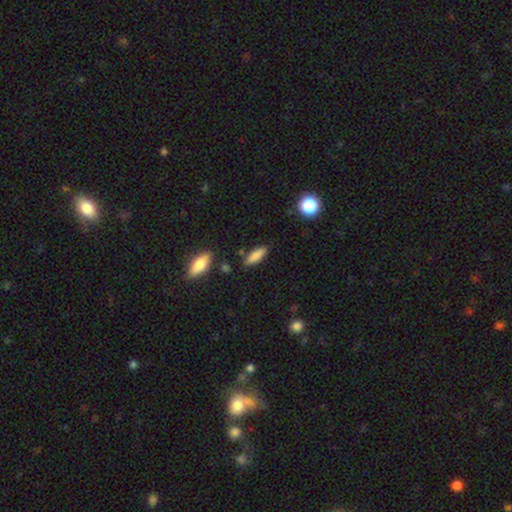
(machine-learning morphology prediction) type=smooth (84%); roundness=in between (58%); merging=none (82%).